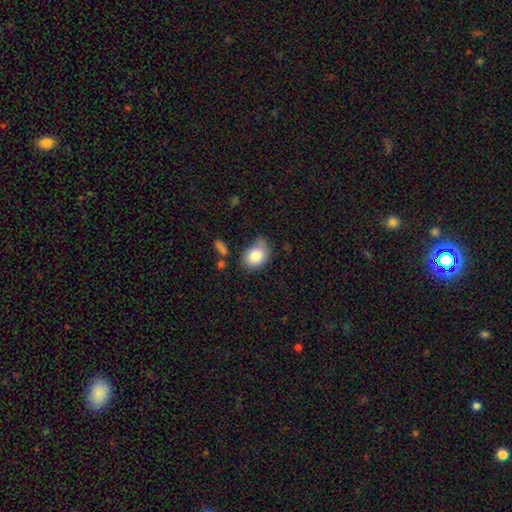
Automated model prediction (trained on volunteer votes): Q: Smooth or featured?
A: smooth (83%); runner-up: featured or disk (9%)
Q: How rounded?
A: in between (68%); runner-up: round (31%)
Q: Merging?
A: none (57%); runner-up: minor disturbance (30%)